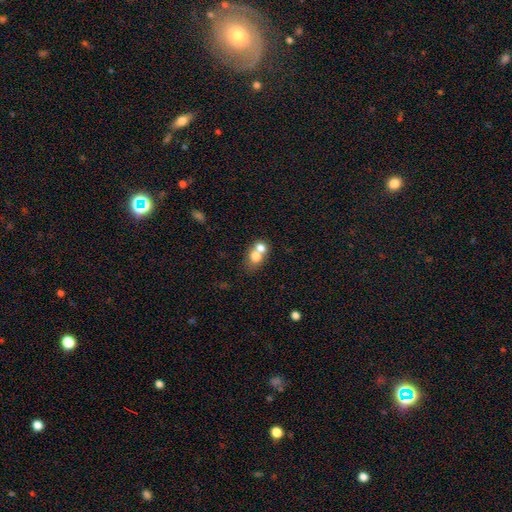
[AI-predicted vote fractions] Smooth or featured? Predicted: smooth (p=0.72). How rounded? Predicted: round (p=0.55). Merging? Predicted: merger (p=0.61).